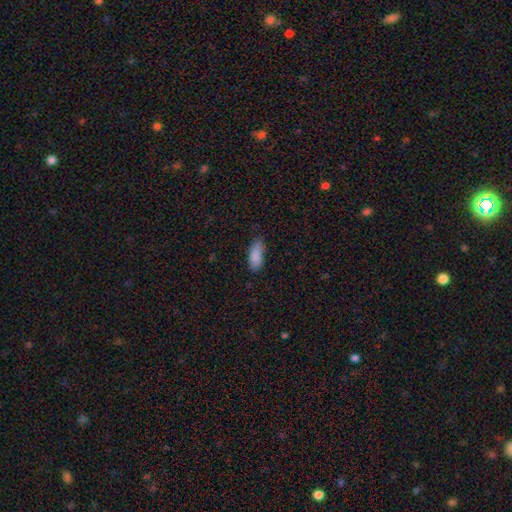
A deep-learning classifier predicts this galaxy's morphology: Overall: smooth (87%). How rounded: in between (79%). Merging: none (72%).